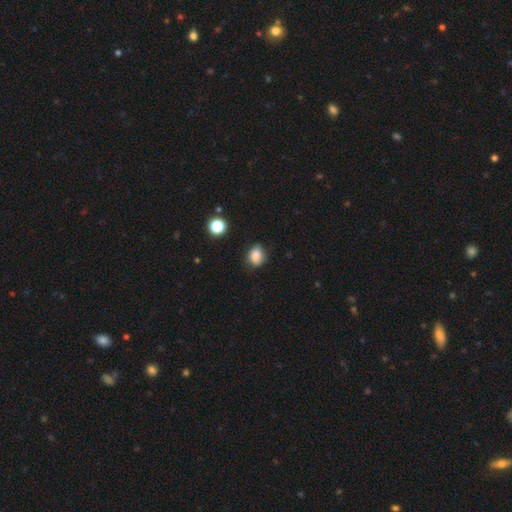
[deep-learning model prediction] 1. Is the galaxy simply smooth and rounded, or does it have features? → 84% smooth, 10% star or artifact, 6% featured or disk.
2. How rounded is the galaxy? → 60% in between, 39% round, 1% cigar-shaped.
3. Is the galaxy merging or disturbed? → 75% none, 20% minor disturbance, 4% major disturbance, 2% merger.